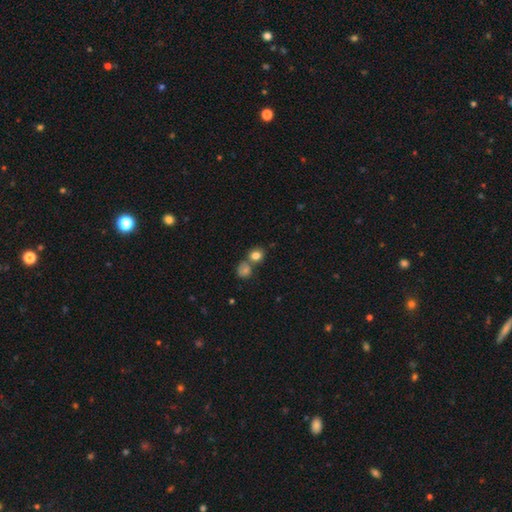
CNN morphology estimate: A smooth galaxy with no disk features (80%) that is round (74%).

Vote fractions:
- Smooth or featured? smooth: 80% / star or artifact: 11% / featured or disk: 9%
- How rounded? round: 74% / in between: 25% / cigar-shaped: 1%
- Merging? none: 55% / merger: 33% / minor disturbance: 9% / major disturbance: 3%